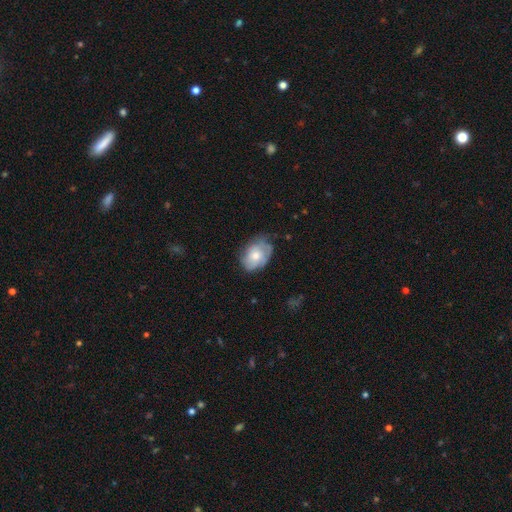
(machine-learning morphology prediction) Smooth or featured: smooth — 52% (featured or disk — 41%)
How rounded: in between — 77% (round — 22%)
Merging: none — 54% (minor disturbance — 33%)